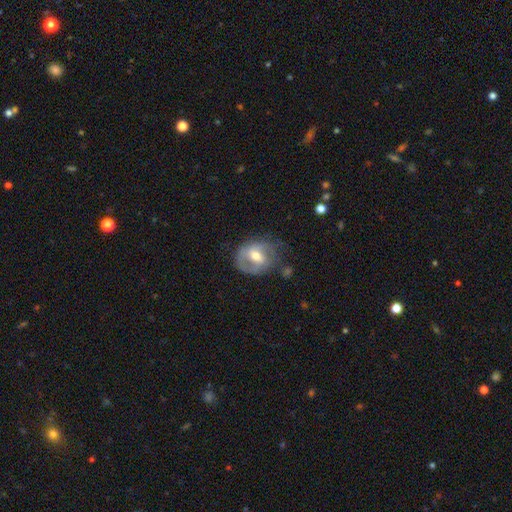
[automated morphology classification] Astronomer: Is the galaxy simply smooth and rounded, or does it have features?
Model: featured or disk — 65%.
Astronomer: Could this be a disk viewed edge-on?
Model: no — 96%.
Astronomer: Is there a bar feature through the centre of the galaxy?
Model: weak — 50% (runner-up: no, 27%).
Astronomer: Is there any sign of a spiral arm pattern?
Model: yes — 73%.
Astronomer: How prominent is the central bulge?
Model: moderate — 70%.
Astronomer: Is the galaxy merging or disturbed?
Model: none — 55%.